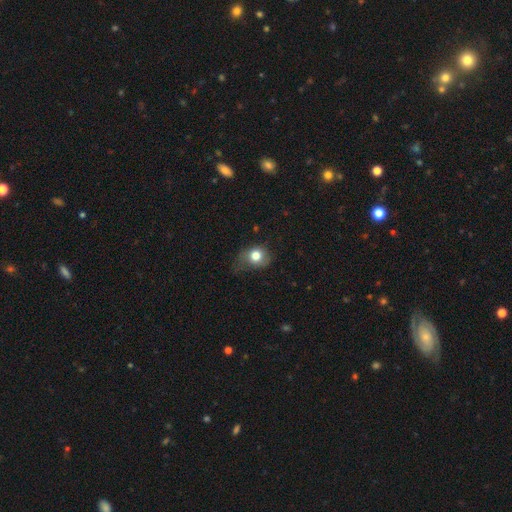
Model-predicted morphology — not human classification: Smooth or featured? smooth (77%)
How rounded? round (66%)
Merging? none (44%)